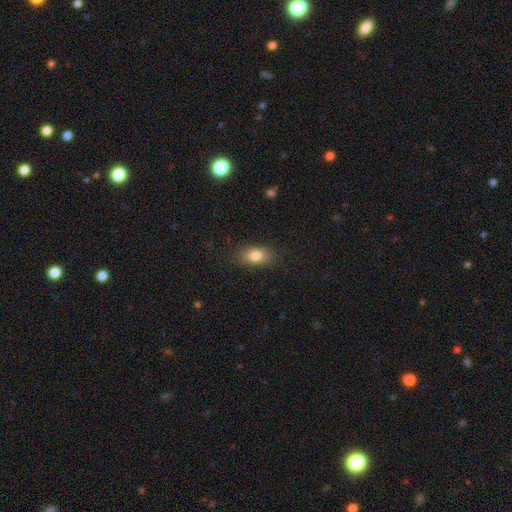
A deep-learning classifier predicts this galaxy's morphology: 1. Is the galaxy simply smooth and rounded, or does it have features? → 82% smooth, 9% featured or disk, 9% star or artifact.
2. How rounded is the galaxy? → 85% in between, 10% round, 5% cigar-shaped.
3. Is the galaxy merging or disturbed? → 85% none, 11% minor disturbance, 3% major disturbance, 1% merger.